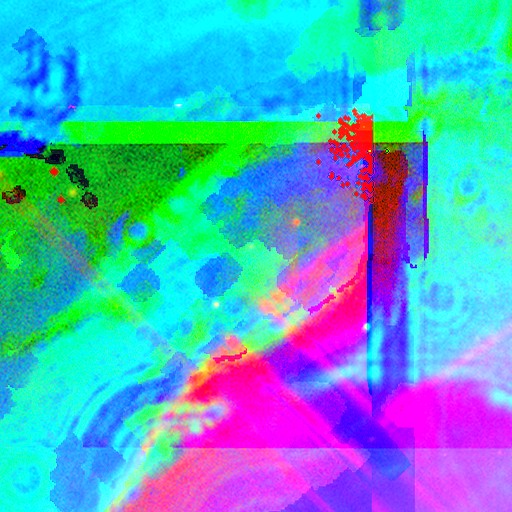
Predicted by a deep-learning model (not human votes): star or artifact 85%, featured or disk 9%, smooth 6%.